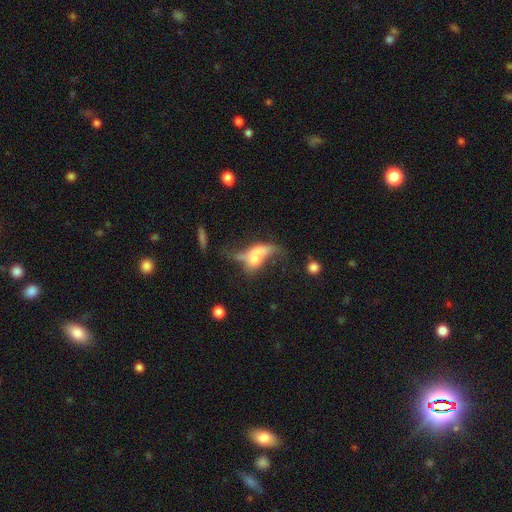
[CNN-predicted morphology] featured or disk 48%, smooth 41%, star or artifact 11%. Down the decision tree: merging — merger (33%).